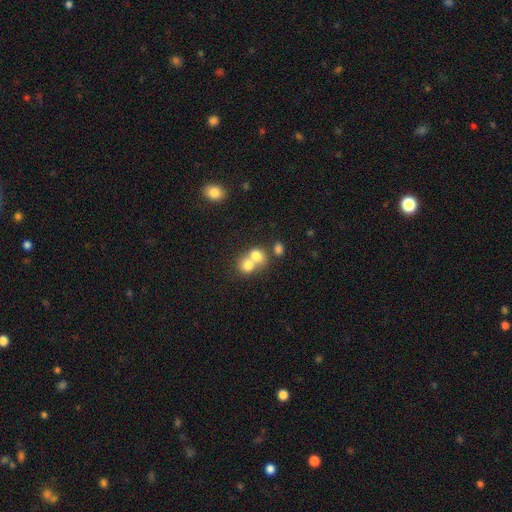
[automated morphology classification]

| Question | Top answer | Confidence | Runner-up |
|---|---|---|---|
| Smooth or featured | smooth | 75% | featured or disk (15%) |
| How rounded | round | 59% | in between (40%) |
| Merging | merger | 67% | none (24%) |